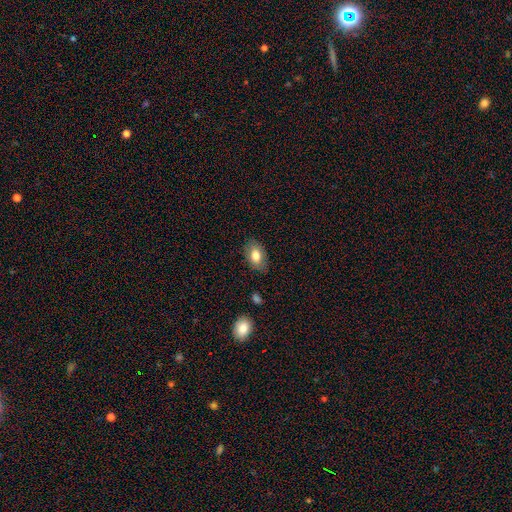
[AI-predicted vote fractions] Overall: smooth (79%). How rounded: in between (89%). Merging: none (82%).